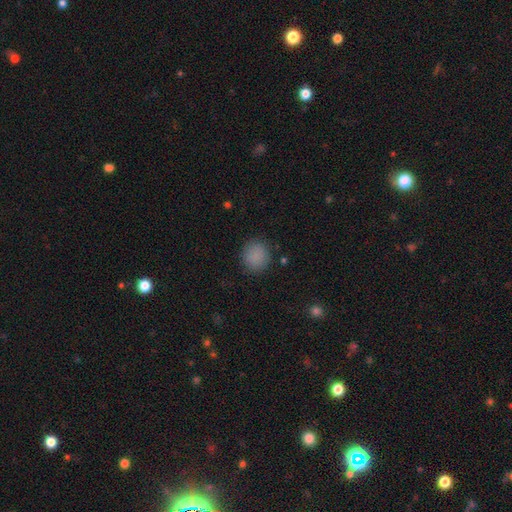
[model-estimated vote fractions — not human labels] Overall: smooth (86%). How rounded: round (88%). Merging: none (87%).